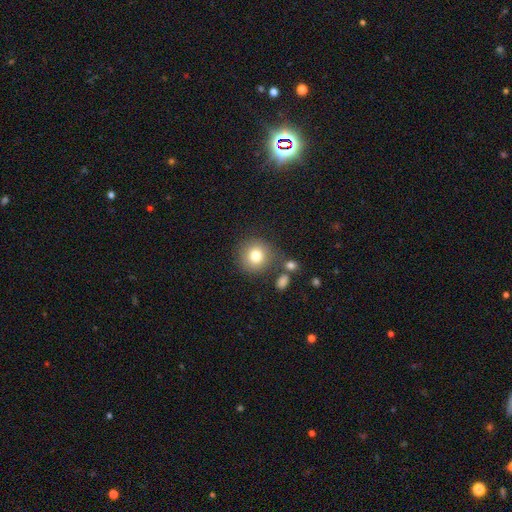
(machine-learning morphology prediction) smooth 79%, star or artifact 11%, featured or disk 10%. Down the decision tree: how rounded — round (91%); merging — none (77%).